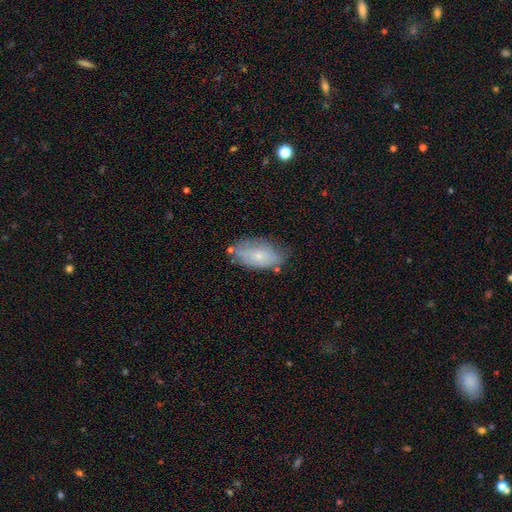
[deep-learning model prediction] This appears to be a smooth galaxy with no disk features (61%) that is in between round and cigar-shaped (92%). Merging: none (62%).